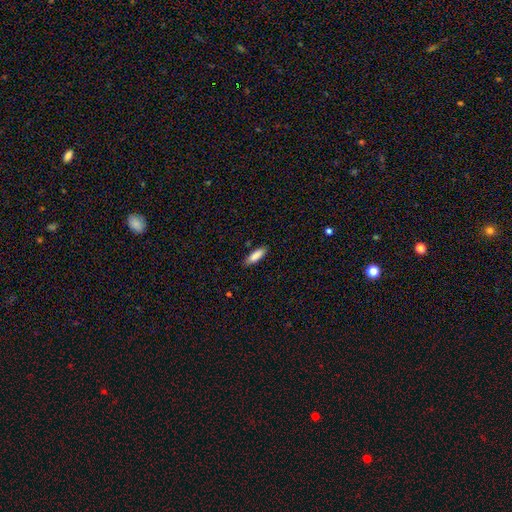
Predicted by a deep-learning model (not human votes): Smooth or featured? smooth (86%)
How rounded? in between (50%)
Merging? none (86%)